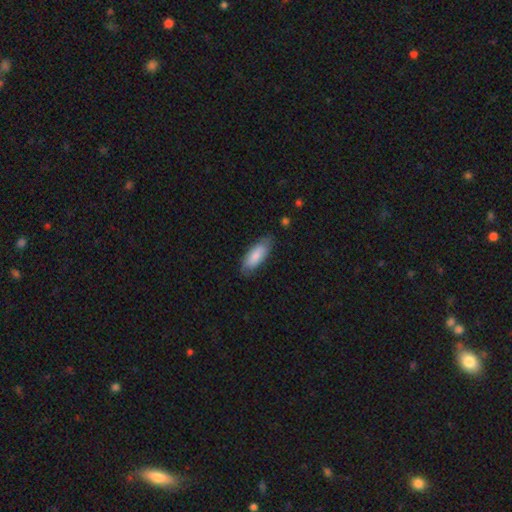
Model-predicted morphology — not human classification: A smooth galaxy with no disk features (83%) that is in between round and cigar-shaped (74%).

Vote fractions:
- Smooth or featured? smooth: 83% / featured or disk: 12% / star or artifact: 5%
- How rounded? in between: 74% / cigar-shaped: 24% / round: 2%
- Merging? none: 79% / minor disturbance: 17% / major disturbance: 3% / merger: 1%